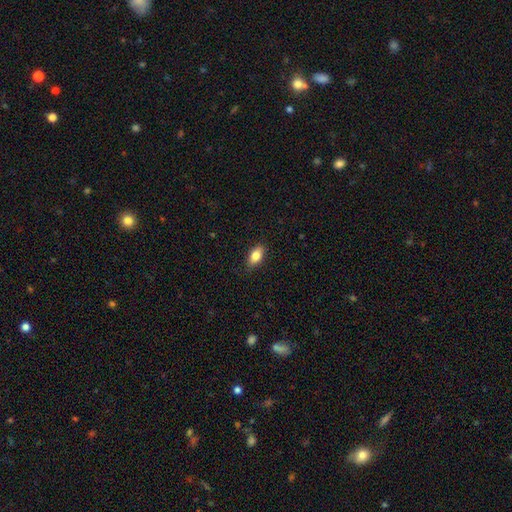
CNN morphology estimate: type=smooth (81%); roundness=in between (88%); merging=none (87%).